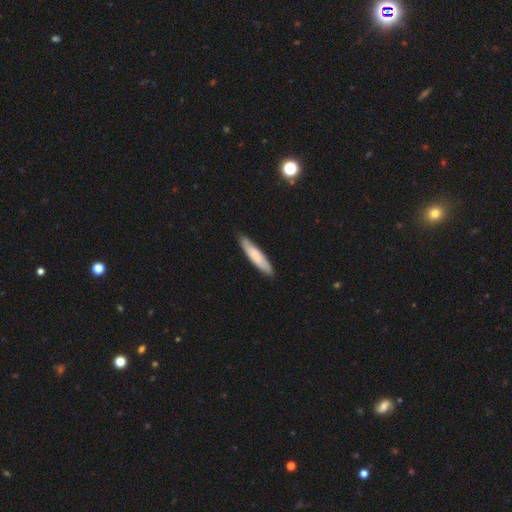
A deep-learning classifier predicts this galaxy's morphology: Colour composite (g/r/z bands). It shows a smooth galaxy with no disk features (75%) that is cigar-shaped (84%). Merging: none (82%).